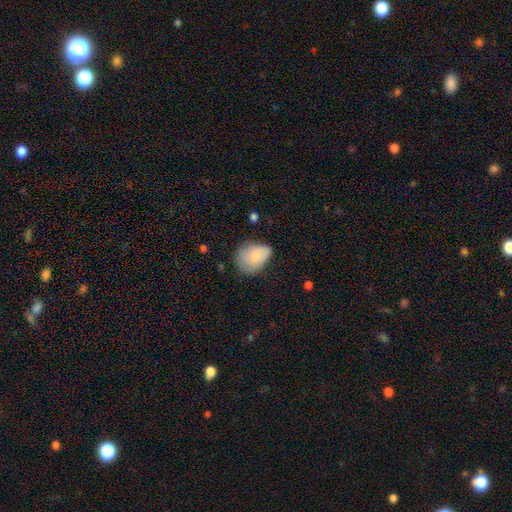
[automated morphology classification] Smooth or featured: smooth — 77% (featured or disk — 16%)
How rounded: in between — 70% (round — 29%)
Merging: none — 49% (minor disturbance — 38%)